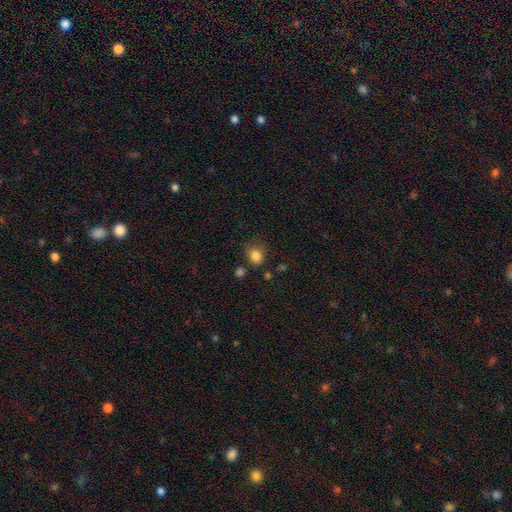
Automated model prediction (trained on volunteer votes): This appears to be a smooth galaxy with no disk features (83%) that is round (59%). Merging: none (56%).